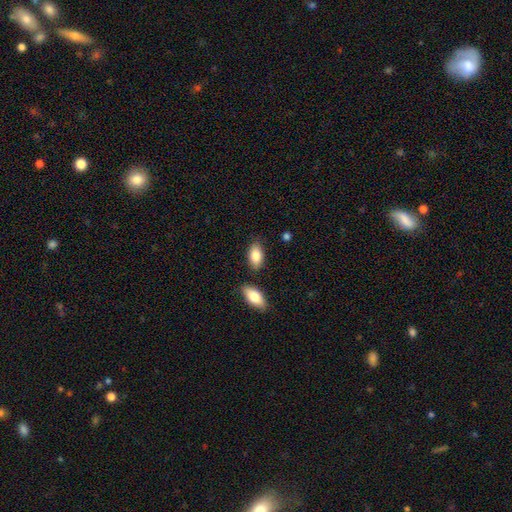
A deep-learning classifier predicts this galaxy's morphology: type=smooth (87%); roundness=in between (93%); merging=none (77%).